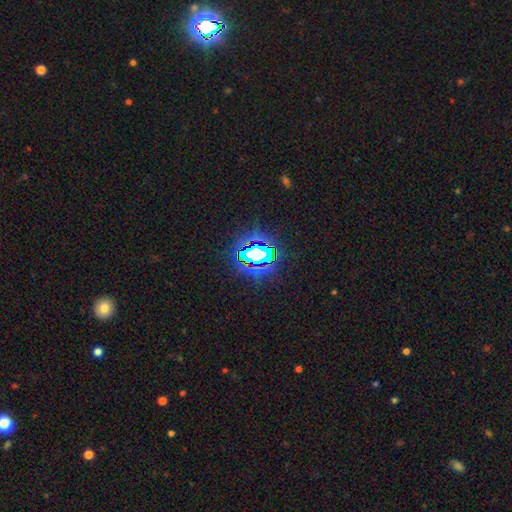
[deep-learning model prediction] Q: Smooth or featured?
A: star or artifact (67%); runner-up: smooth (20%)